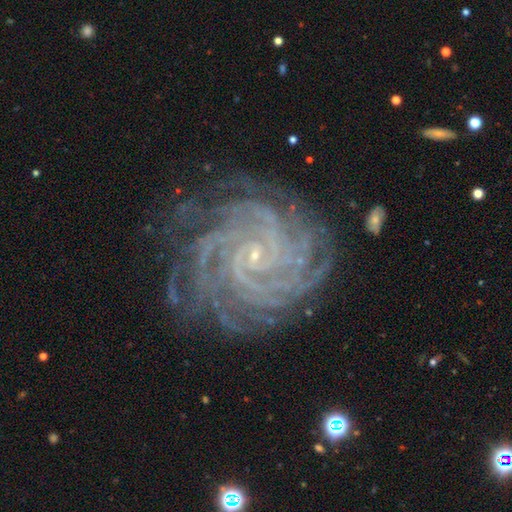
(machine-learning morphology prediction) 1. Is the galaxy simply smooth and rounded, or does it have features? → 91% featured or disk, 5% star or artifact, 3% smooth.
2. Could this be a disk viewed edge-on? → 98% no, 2% yes.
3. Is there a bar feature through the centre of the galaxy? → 59% no, 28% weak, 13% strong.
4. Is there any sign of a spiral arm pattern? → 99% yes, 1% no.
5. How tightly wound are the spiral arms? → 84% tight, 14% medium, 2% loose.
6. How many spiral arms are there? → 38% more than 4, 22% 4, 13% can't tell, 10% 3, 9% 2, 8% 1.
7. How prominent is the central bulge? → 89% small, 6% moderate, 3% none, 1% large, 1% dominant.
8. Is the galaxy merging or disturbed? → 78% none, 15% minor disturbance, 5% major disturbance, 2% merger.